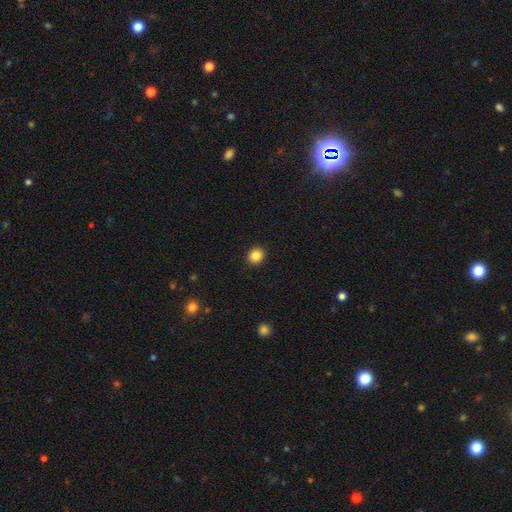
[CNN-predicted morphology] Smooth or featured?
  - smooth: 86% *
  - star or artifact: 10%
  - featured or disk: 4%
How rounded?
  - round: 83% *
  - in between: 16%
  - cigar-shaped: 1%
Merging?
  - none: 92% *
  - minor disturbance: 5%
  - major disturbance: 2%
  - merger: 1%